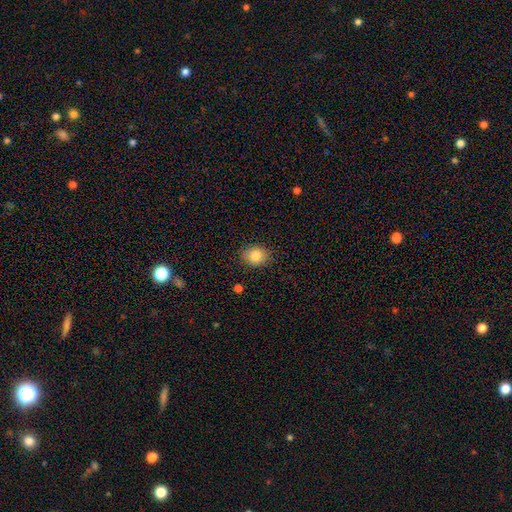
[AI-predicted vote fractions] smooth 84%, star or artifact 9%, featured or disk 7%. Down the decision tree: how rounded — round (60%); merging — none (85%).